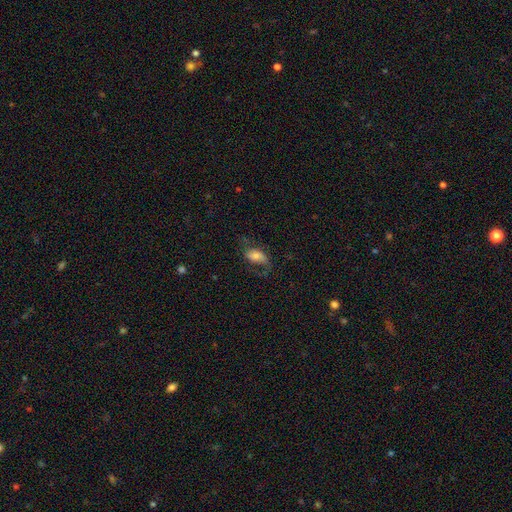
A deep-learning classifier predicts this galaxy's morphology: A smooth galaxy with no disk features (50%) that is in between round and cigar-shaped (89%). Merging: none (51%).